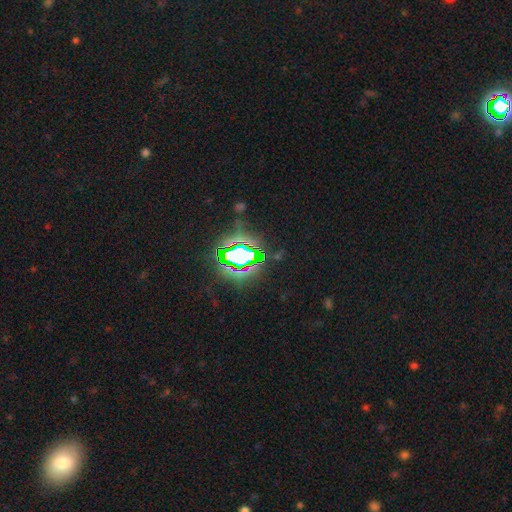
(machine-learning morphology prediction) Smooth or featured? Predicted: star or artifact (p=0.80).